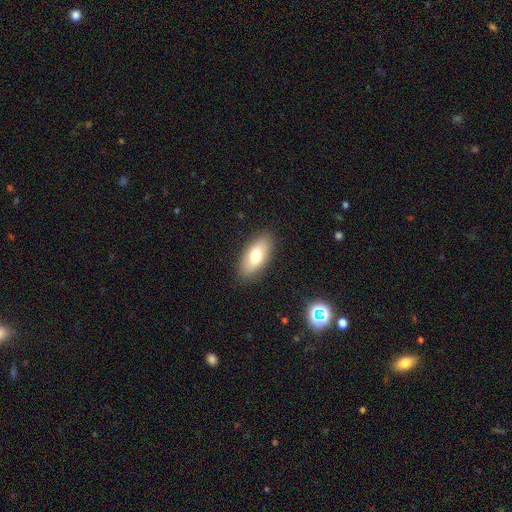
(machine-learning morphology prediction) Smooth or featured? smooth (71%)
How rounded? in between (89%)
Merging? none (87%)